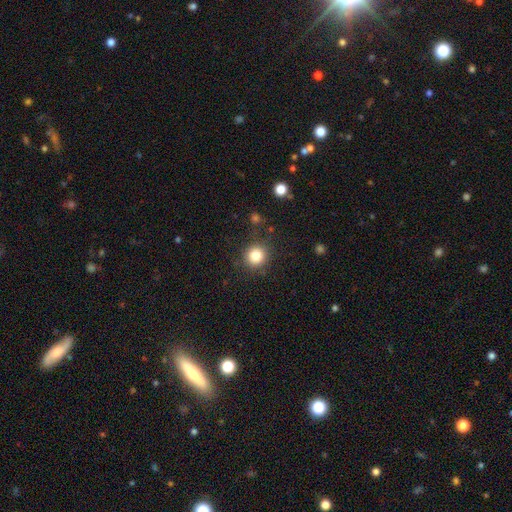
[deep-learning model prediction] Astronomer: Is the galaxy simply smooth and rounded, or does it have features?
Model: smooth — 82%.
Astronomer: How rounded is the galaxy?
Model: round — 92%.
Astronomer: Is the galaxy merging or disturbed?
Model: none — 87%.